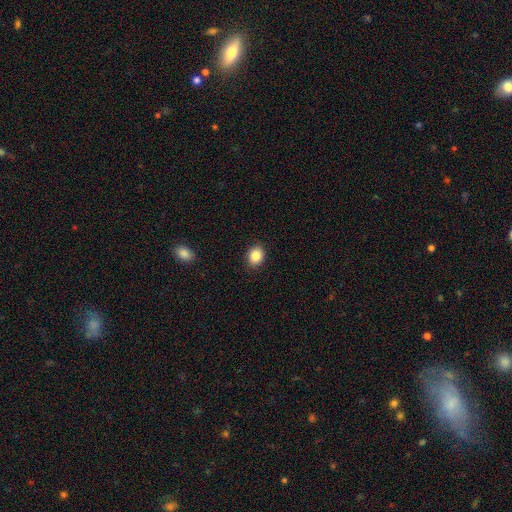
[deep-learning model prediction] Overall: smooth (87%). How rounded: round (52%; in between 47%). Merging: none (90%).